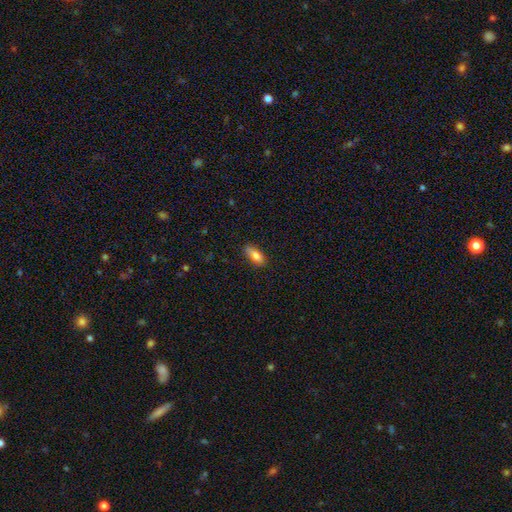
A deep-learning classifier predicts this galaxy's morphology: Q: Smooth or featured?
A: smooth (81%); runner-up: featured or disk (11%)
Q: How rounded?
A: in between (76%); runner-up: cigar-shaped (21%)
Q: Merging?
A: none (78%); runner-up: minor disturbance (17%)